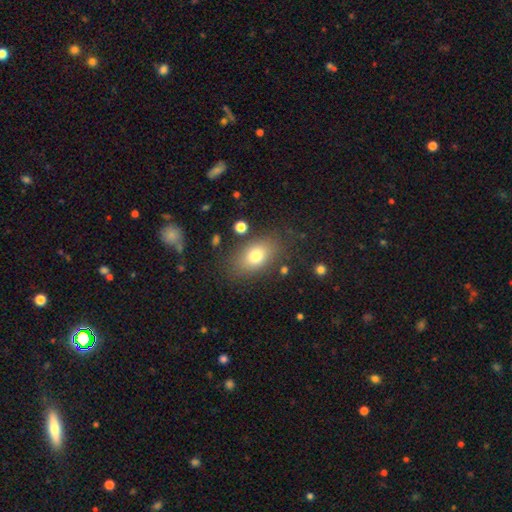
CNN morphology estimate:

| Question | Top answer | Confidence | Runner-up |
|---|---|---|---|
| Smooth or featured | smooth | 77% | featured or disk (13%) |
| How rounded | in between | 83% | round (14%) |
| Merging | none | 78% | minor disturbance (13%) |